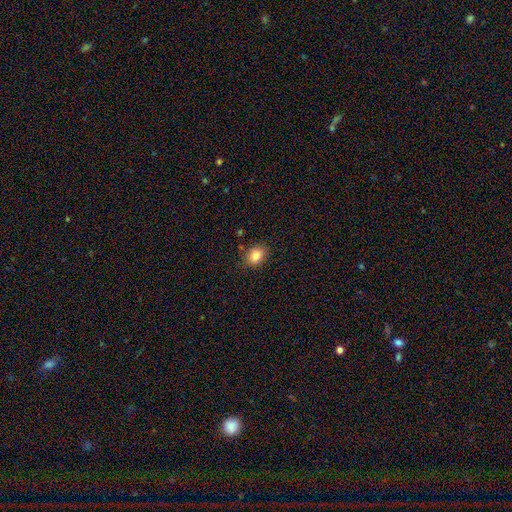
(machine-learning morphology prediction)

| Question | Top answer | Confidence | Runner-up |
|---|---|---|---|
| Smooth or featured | smooth | 84% | star or artifact (10%) |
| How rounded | in between | 59% | round (40%) |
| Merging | none | 84% | minor disturbance (11%) |